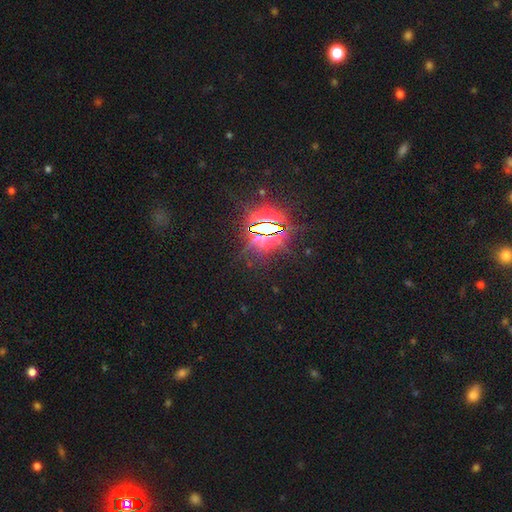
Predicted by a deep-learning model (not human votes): This appears to be a star or artifact, not a galaxy (86%).